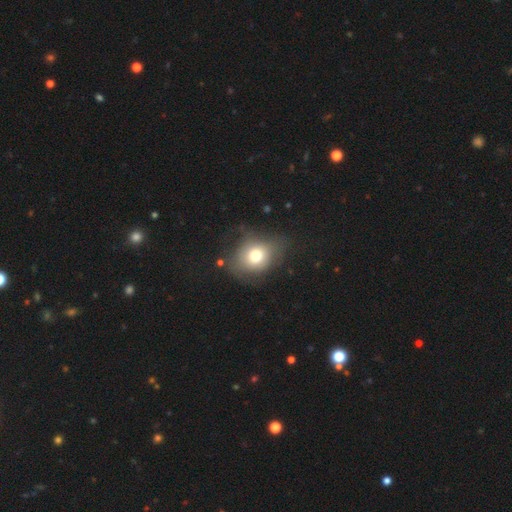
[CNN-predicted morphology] Smooth or featured? smooth (71%)
How rounded? round (55%)
Merging? none (59%)